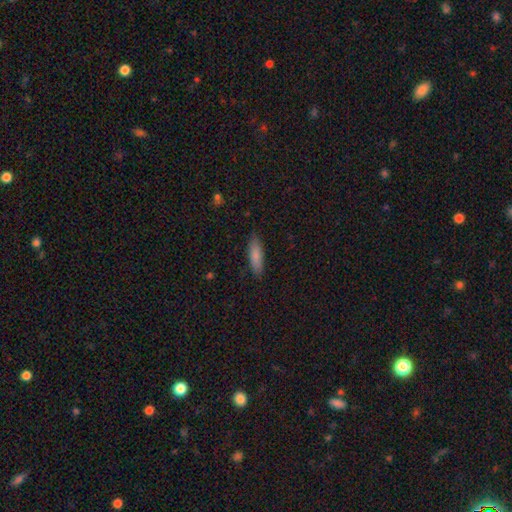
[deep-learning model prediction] Smooth or featured: smooth — 84% (featured or disk — 10%)
How rounded: cigar-shaped — 54% (in between — 44%)
Merging: none — 85% (minor disturbance — 11%)